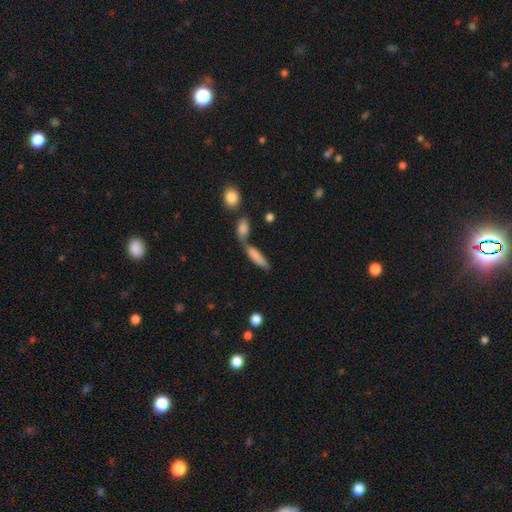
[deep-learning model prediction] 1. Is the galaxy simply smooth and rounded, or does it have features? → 80% smooth, 13% featured or disk, 7% star or artifact.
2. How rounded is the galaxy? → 67% cigar-shaped, 31% in between, 2% round.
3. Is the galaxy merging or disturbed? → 45% none, 38% merger, 12% minor disturbance, 5% major disturbance.